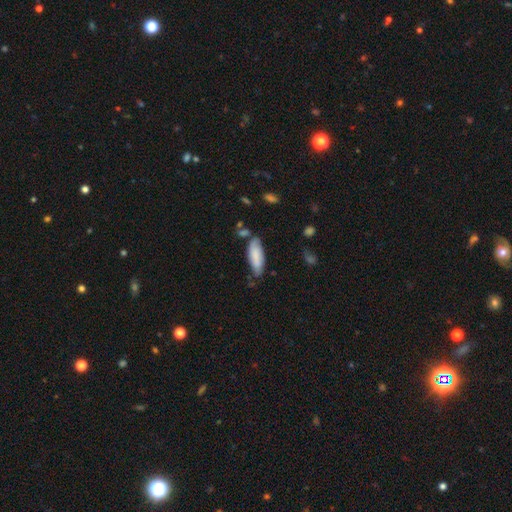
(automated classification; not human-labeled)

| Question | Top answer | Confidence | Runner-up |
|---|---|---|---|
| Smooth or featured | smooth | 81% | featured or disk (13%) |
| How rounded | in between | 66% | cigar-shaped (32%) |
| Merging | none | 62% | minor disturbance (27%) |